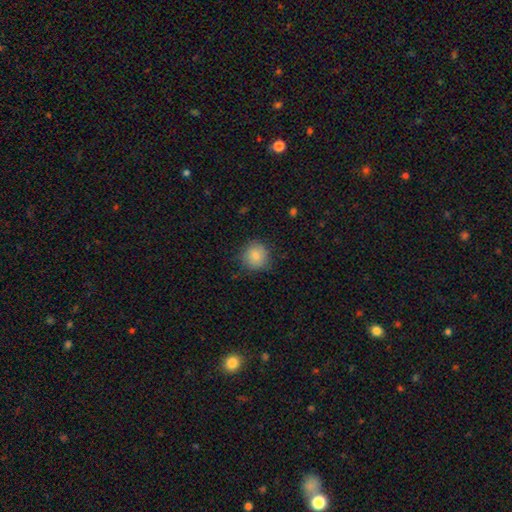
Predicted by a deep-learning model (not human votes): A smooth galaxy with no disk features (83%) that is round (91%).

Vote fractions:
- Smooth or featured? smooth: 83% / star or artifact: 9% / featured or disk: 8%
- How rounded? round: 91% / in between: 8% / cigar-shaped: 1%
- Merging? none: 82% / minor disturbance: 14% / major disturbance: 3% / merger: 1%